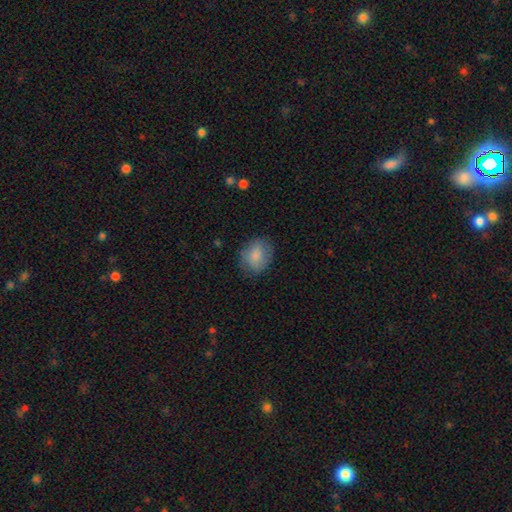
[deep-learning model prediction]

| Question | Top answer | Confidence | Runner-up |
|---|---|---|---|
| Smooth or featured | smooth | 83% | featured or disk (10%) |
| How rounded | in between | 51% | round (48%) |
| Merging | none | 75% | minor disturbance (18%) |